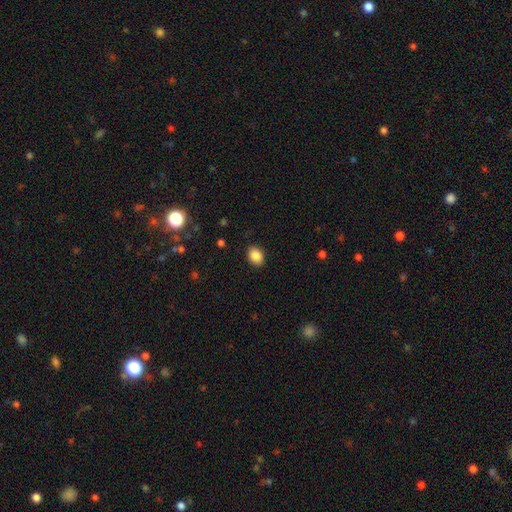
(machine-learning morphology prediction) The model was most divided on "how rounded": in between: 67%, round: 32%, cigar-shaped: 1%. More confident: merging — none (88%); smooth or featured — smooth (87%).